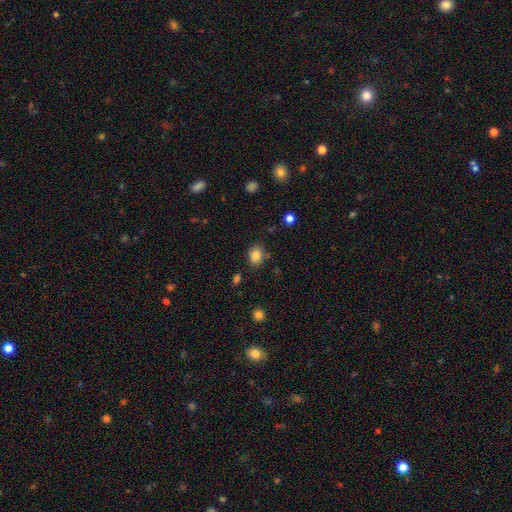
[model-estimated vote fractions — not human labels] Overall: smooth (83%). How rounded: in between (56%; round 43%). Merging: none (82%).